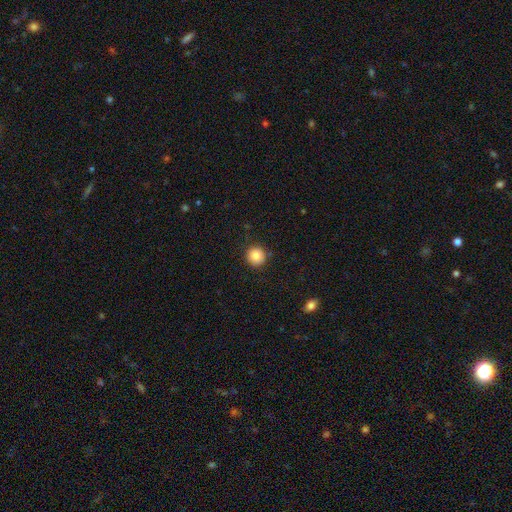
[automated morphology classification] type=smooth (85%); roundness=round (95%); merging=none (90%).